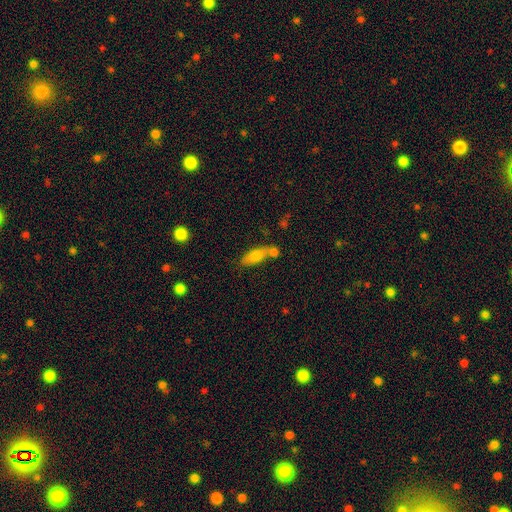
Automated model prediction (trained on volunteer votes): This is likely a smooth galaxy (77%). How rounded: likely in between (74%). Merging: marginally none (44%).